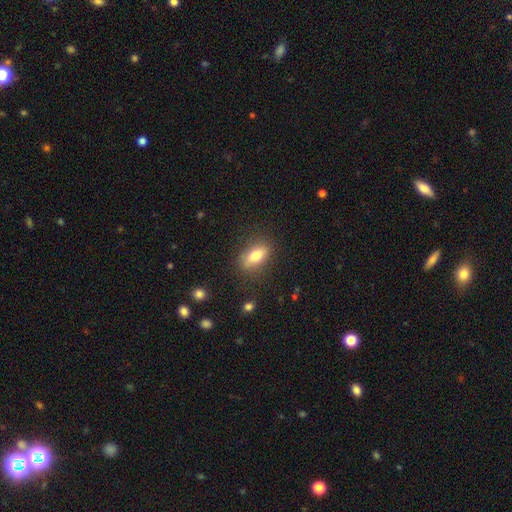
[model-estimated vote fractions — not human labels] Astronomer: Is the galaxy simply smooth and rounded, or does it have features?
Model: smooth — 75%.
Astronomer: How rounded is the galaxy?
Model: in between — 81%.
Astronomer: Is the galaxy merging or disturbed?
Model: none — 81%.